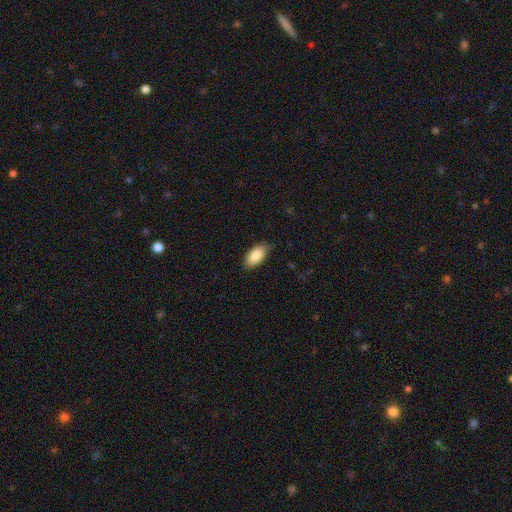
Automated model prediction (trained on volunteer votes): Smooth or featured?
  - smooth: 88% *
  - star or artifact: 6%
  - featured or disk: 6%
How rounded?
  - in between: 93% *
  - cigar-shaped: 5%
  - round: 2%
Merging?
  - none: 82% *
  - minor disturbance: 15%
  - major disturbance: 2%
  - merger: 1%